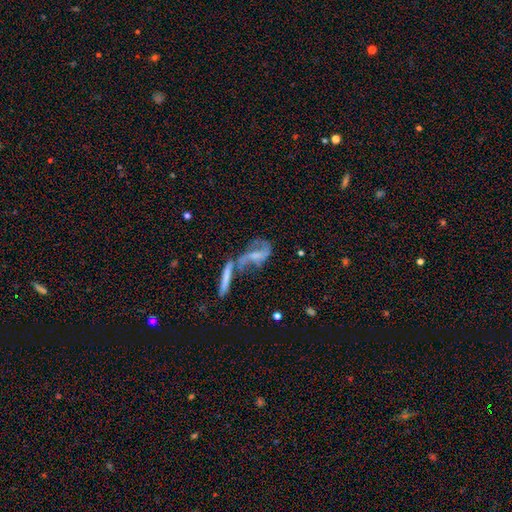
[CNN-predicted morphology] smooth-or-featured: featured or disk: 67% | smooth: 23% | star or artifact: 10%
  disk-edge-on: no: 87% | yes: 13%
    bar: no: 44% | weak: 36% | strong: 20%
    has-spiral-arms: yes: 72% | no: 28%
    bulge-size: none: 35% (tied) | small: 35% (tied) | moderate: 24% | large: 4% | dominant: 2%
  merging: merger: 50% | none: 21% | major disturbance: 18% | minor disturbance: 11%